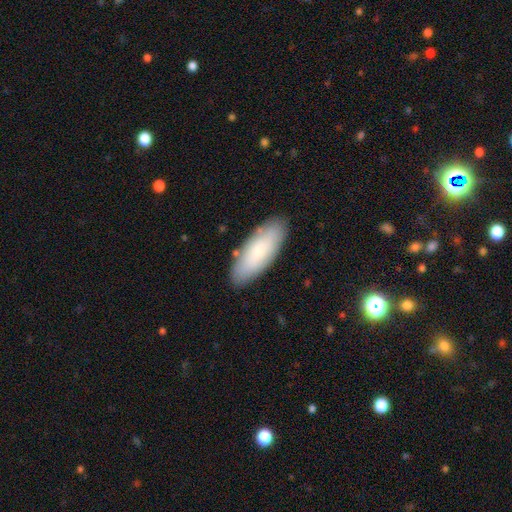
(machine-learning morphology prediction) A smooth galaxy with no disk features (73%) that is in between round and cigar-shaped (75%). Merging: none (87%).